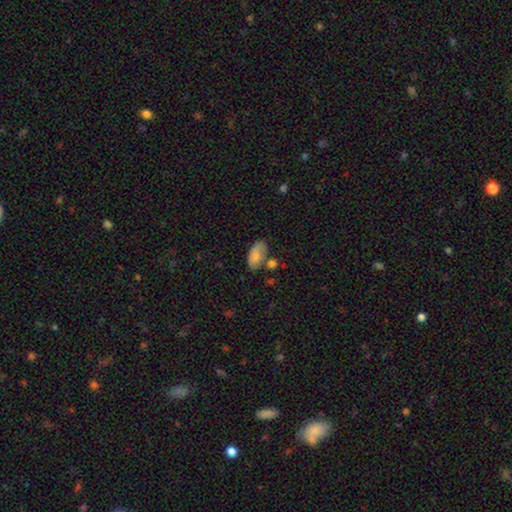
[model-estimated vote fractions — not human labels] The model was most divided on "merging": none: 53%, minor disturbance: 26%, merger: 13%, major disturbance: 8%. More confident: how rounded — in between (93%); smooth or featured — smooth (77%).